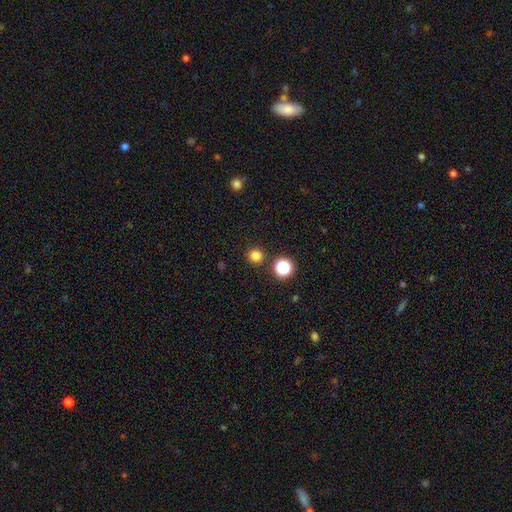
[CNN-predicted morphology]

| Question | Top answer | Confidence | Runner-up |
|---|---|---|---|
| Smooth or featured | smooth | 79% | star or artifact (17%) |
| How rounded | round | 95% | in between (4%) |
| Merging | none | 90% | minor disturbance (5%) |